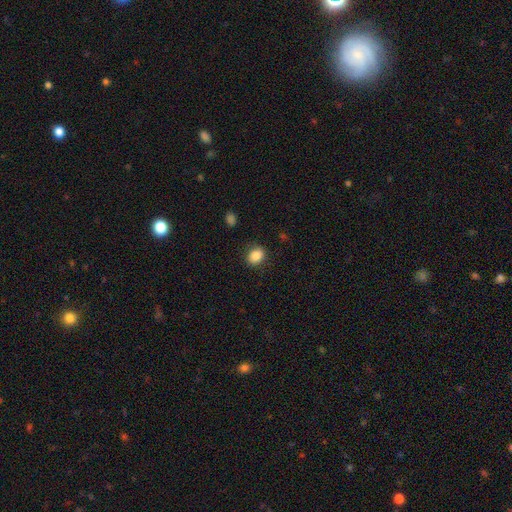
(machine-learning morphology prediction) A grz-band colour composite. It shows a smooth galaxy with no disk features (86%) that is in between round and cigar-shaped (52%). Merging: none (85%).